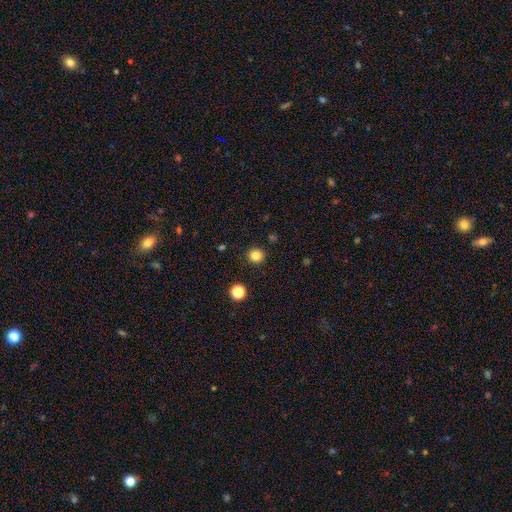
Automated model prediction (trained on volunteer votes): A smooth galaxy with no disk features (83%) that is round (94%).

Vote fractions:
- Smooth or featured? smooth: 83% / star or artifact: 12% / featured or disk: 4%
- How rounded? round: 94% / in between: 5% / cigar-shaped: 1%
- Merging? none: 92% / minor disturbance: 5% / major disturbance: 2% / merger: 1%